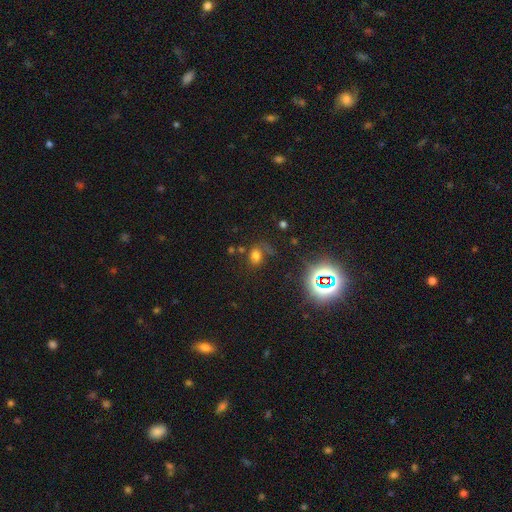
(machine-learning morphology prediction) A smooth galaxy with no disk features (62%) that is in between round and cigar-shaped (52%). Merging: none (58%).